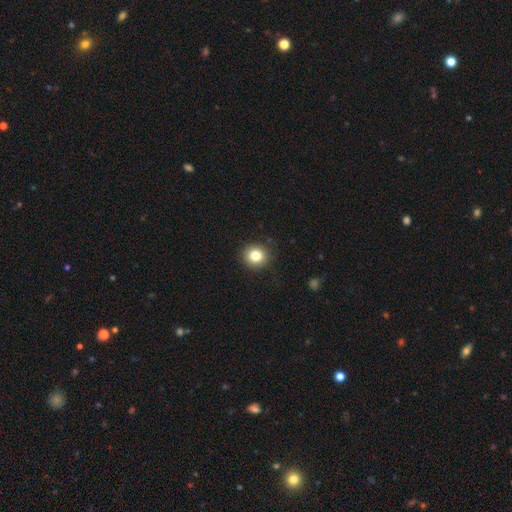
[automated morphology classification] Smooth or featured: smooth — 83% (star or artifact — 11%)
How rounded: round — 86% (in between — 13%)
Merging: none — 90% (minor disturbance — 7%)